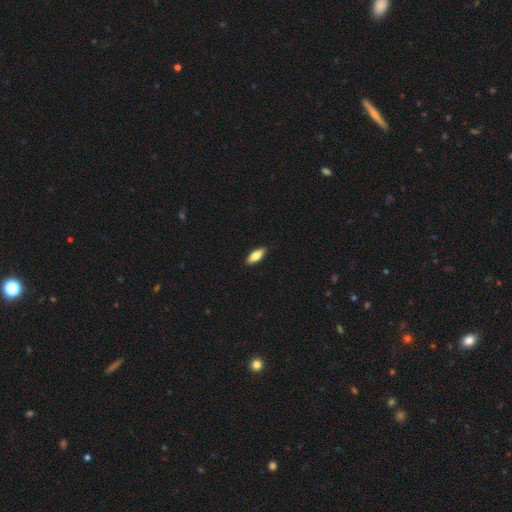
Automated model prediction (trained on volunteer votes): A smooth galaxy with no disk features (76%) that is in between round and cigar-shaped (65%).

Vote fractions:
- Smooth or featured? smooth: 76% / featured or disk: 18% / star or artifact: 6%
- How rounded? in between: 65% / cigar-shaped: 33% / round: 2%
- Merging? none: 90% / minor disturbance: 7% / major disturbance: 2% / merger: 1%